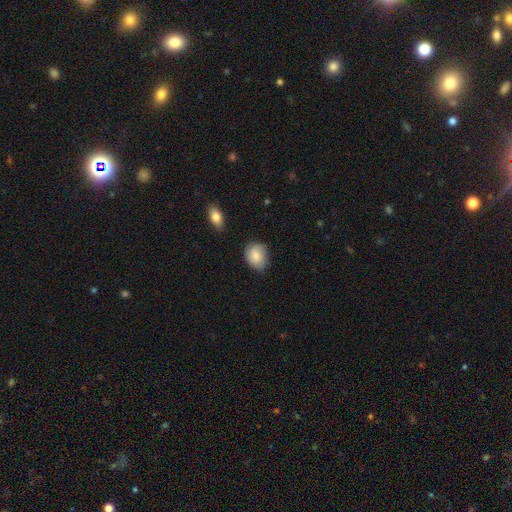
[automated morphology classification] The model was most divided on "how rounded": round: 50%, in between: 49%, cigar-shaped: 1%. More confident: smooth or featured — smooth (80%); merging — none (73%).